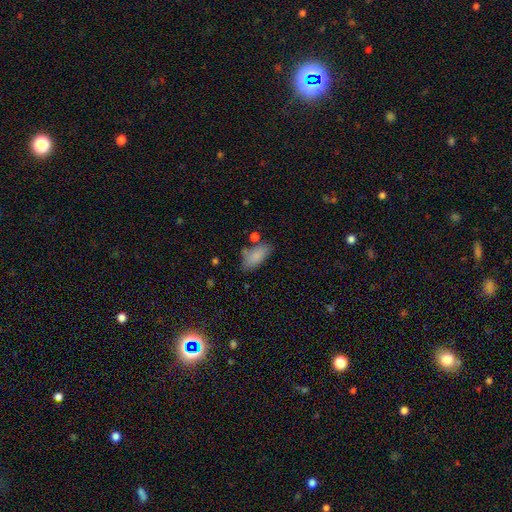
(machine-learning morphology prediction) smooth-or-featured: smooth: 83% | featured or disk: 9% | star or artifact: 8%
  how-rounded: in between: 90% | cigar-shaped: 7% | round: 3%
  merging: none: 59% | minor disturbance: 23% | merger: 11% | major disturbance: 7%